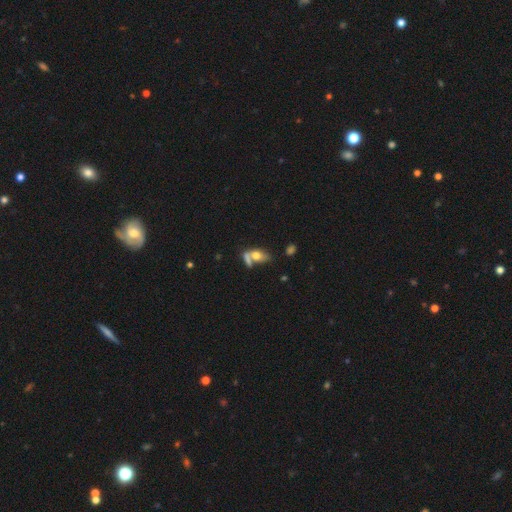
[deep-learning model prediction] smooth-or-featured: smooth: 63% | featured or disk: 28% | star or artifact: 9%
  how-rounded: in between: 74% | cigar-shaped: 15% | round: 10%
  merging: merger: 44% | none: 35% | minor disturbance: 12% | major disturbance: 9%